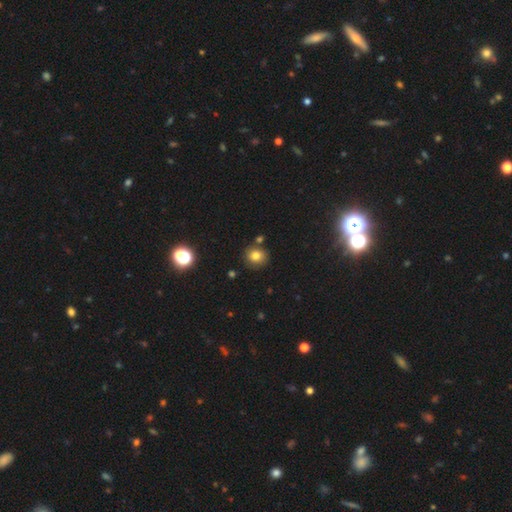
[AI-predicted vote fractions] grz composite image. It shows a smooth galaxy with no disk features (78%) that is round (83%). Merging: none (79%).